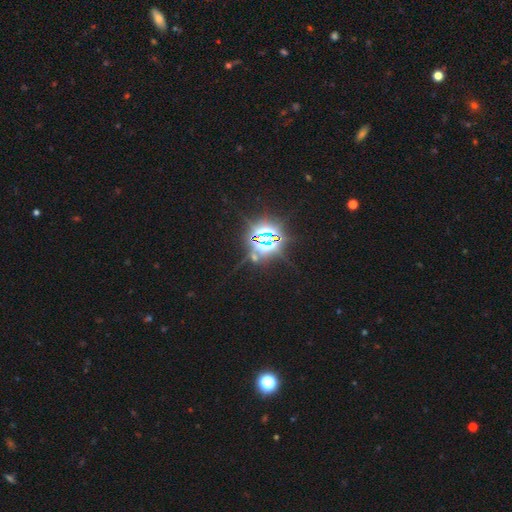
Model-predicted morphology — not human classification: Smooth or featured: star or artifact — 84% (smooth — 8%)